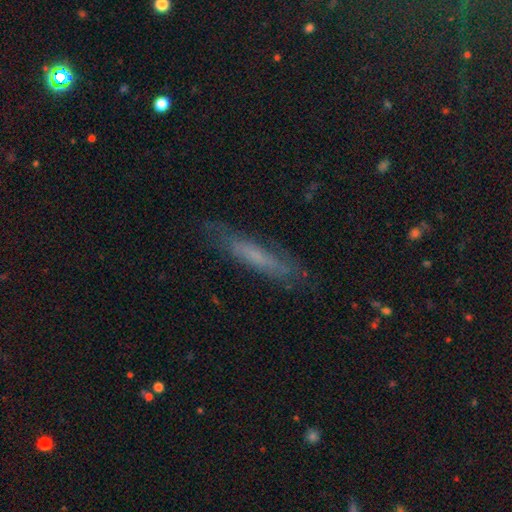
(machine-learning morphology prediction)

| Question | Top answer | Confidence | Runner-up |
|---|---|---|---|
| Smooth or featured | smooth | 49% | featured or disk (42%) |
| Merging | none | 78% | minor disturbance (16%) |